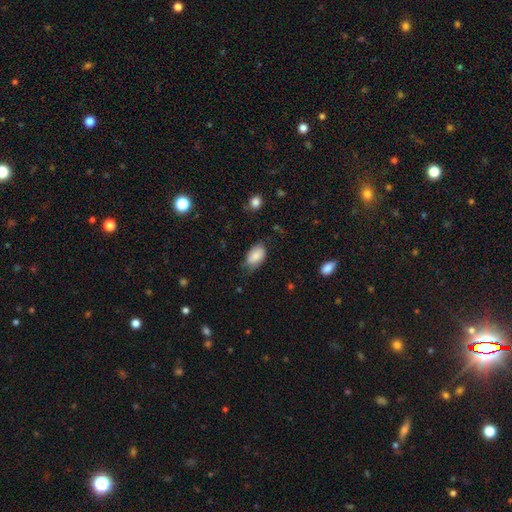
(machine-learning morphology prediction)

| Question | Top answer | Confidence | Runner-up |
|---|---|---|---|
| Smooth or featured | smooth | 81% | featured or disk (12%) |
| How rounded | in between | 92% | round (6%) |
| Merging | none | 60% | minor disturbance (30%) |